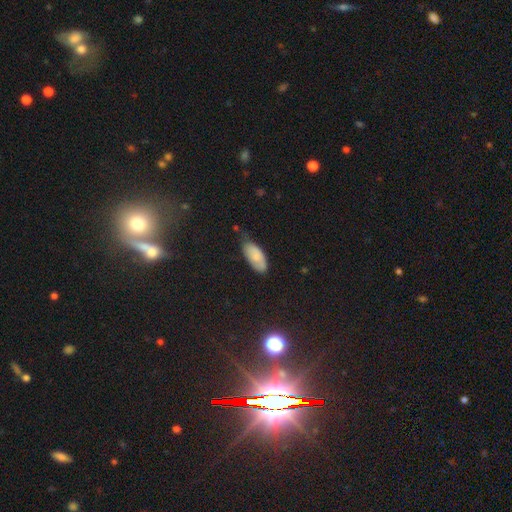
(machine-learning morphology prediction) Smooth or featured? smooth (80%)
How rounded? in between (90%)
Merging? none (51%)